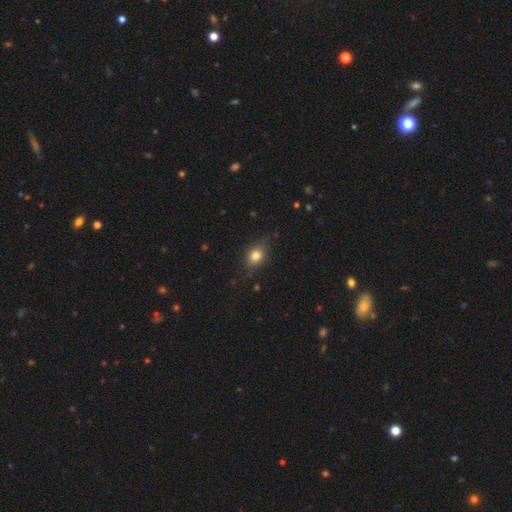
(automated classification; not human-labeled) Smooth or featured?
  - smooth: 79% *
  - featured or disk: 11%
  - star or artifact: 11%
How rounded?
  - in between: 53% *
  - round: 44%
  - cigar-shaped: 2%
Merging?
  - none: 74% *
  - minor disturbance: 20%
  - major disturbance: 5%
  - merger: 1%